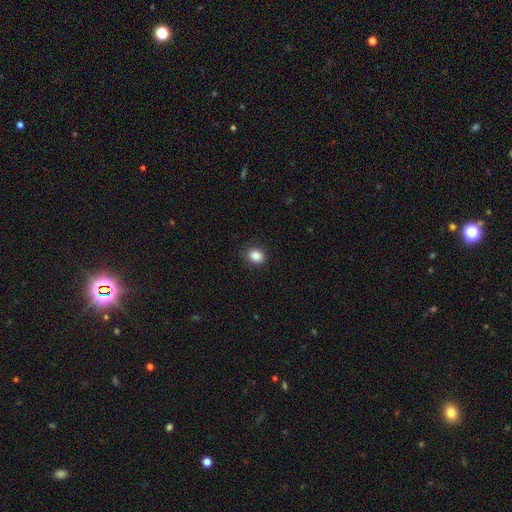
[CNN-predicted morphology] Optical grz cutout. It shows a smooth galaxy with no disk features (87%) that is round (56%). Merging: none (84%).